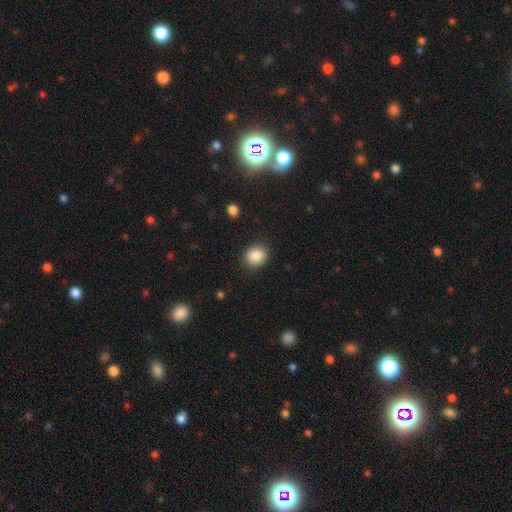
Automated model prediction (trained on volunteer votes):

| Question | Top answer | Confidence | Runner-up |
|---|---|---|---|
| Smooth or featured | smooth | 86% | star or artifact (9%) |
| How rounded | round | 74% | in between (25%) |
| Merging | none | 87% | minor disturbance (9%) |